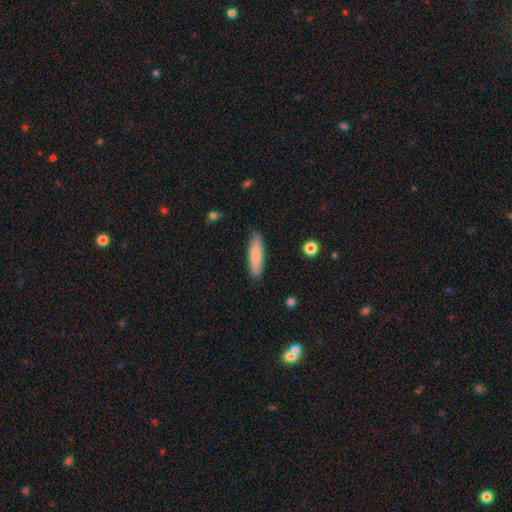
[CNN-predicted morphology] A smooth galaxy with no disk features (83%) that is cigar-shaped (74%). Merging: none (87%).